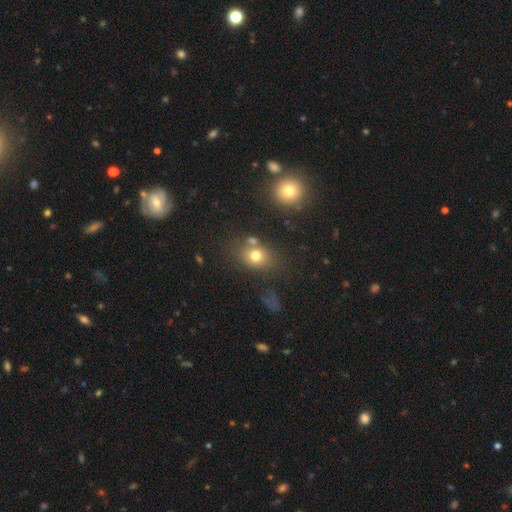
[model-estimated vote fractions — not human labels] A smooth galaxy with no disk features (73%) that is in between round and cigar-shaped (52%). Merging: none (63%).